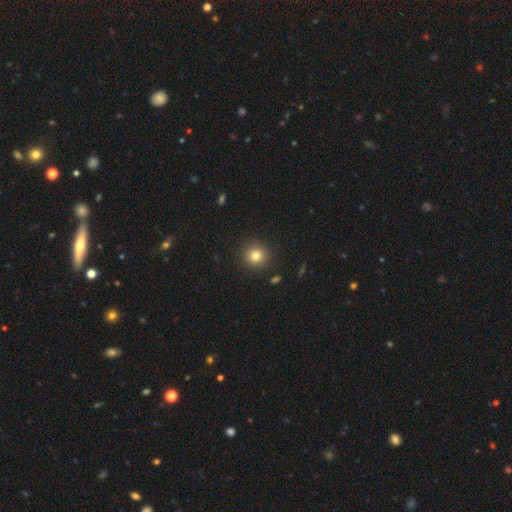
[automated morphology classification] Smooth or featured? Predicted: smooth (p=0.81). How rounded? Predicted: round (p=0.92). Merging? Predicted: none (p=0.89).